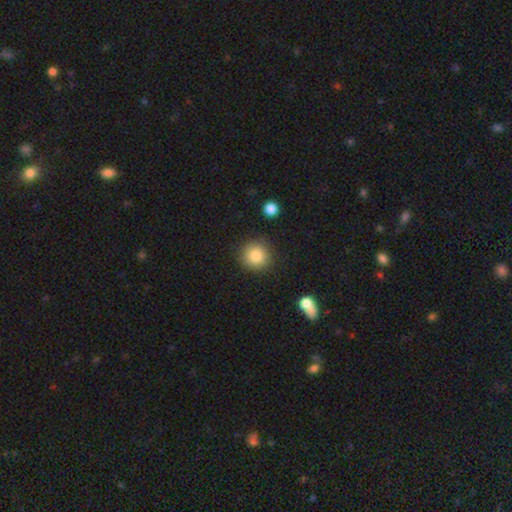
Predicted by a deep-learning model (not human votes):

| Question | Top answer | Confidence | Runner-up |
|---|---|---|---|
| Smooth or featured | smooth | 85% | star or artifact (9%) |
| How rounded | round | 93% | in between (6%) |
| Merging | none | 88% | minor disturbance (7%) |